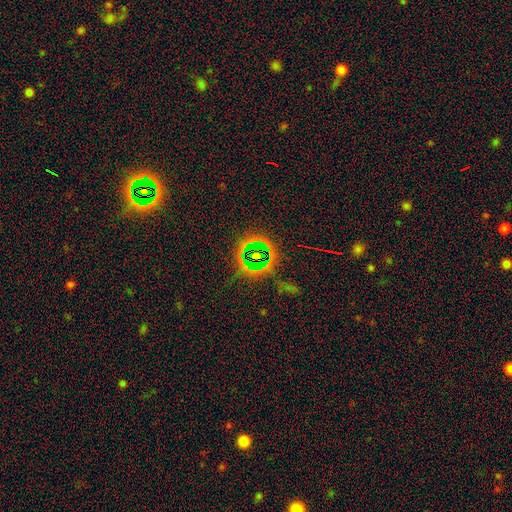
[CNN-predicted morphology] Smooth or featured? star or artifact (77%)